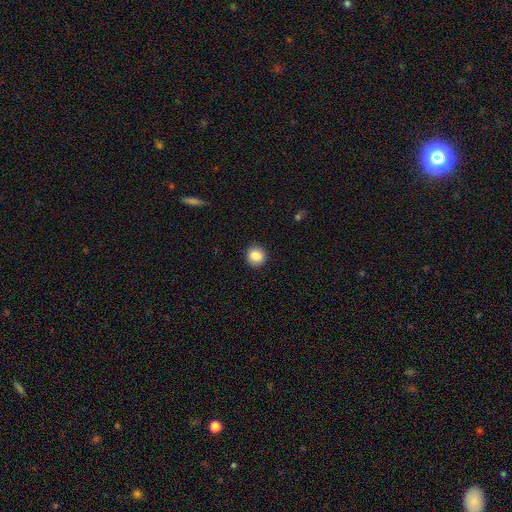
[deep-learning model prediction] This is clearly a smooth galaxy (86%). How rounded: clearly round (91%). Merging: clearly none (91%).